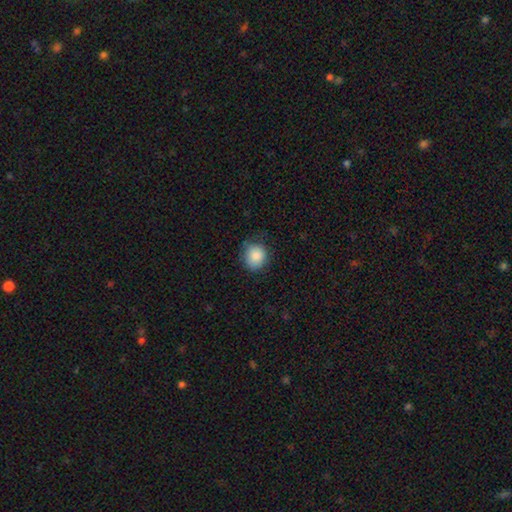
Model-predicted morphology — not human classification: Smooth or featured?
  - smooth: 86% *
  - star or artifact: 8%
  - featured or disk: 5%
How rounded?
  - round: 77% *
  - in between: 22%
  - cigar-shaped: 1%
Merging?
  - none: 69% *
  - minor disturbance: 24%
  - major disturbance: 6%
  - merger: 1%